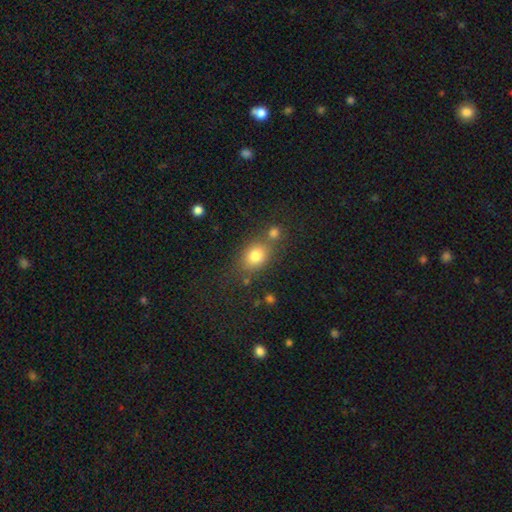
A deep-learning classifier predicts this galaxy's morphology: Smooth or featured?
  - smooth: 80% *
  - star or artifact: 11%
  - featured or disk: 9%
How rounded?
  - in between: 60% *
  - round: 38%
  - cigar-shaped: 2%
Merging?
  - none: 60% *
  - merger: 22%
  - minor disturbance: 13%
  - major disturbance: 5%